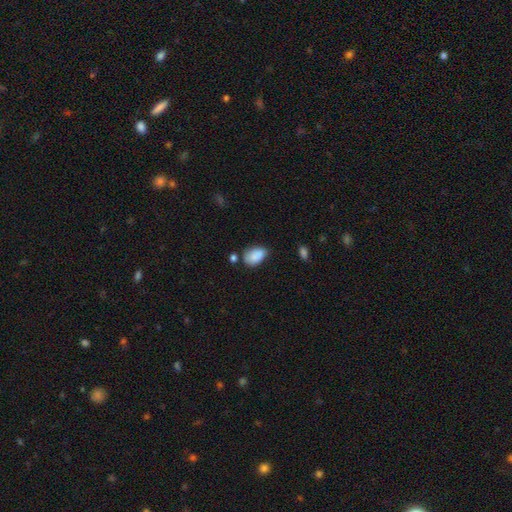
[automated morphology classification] This is clearly a smooth galaxy (86%). How rounded: clearly in between (90%). Merging: possibly none (55%).